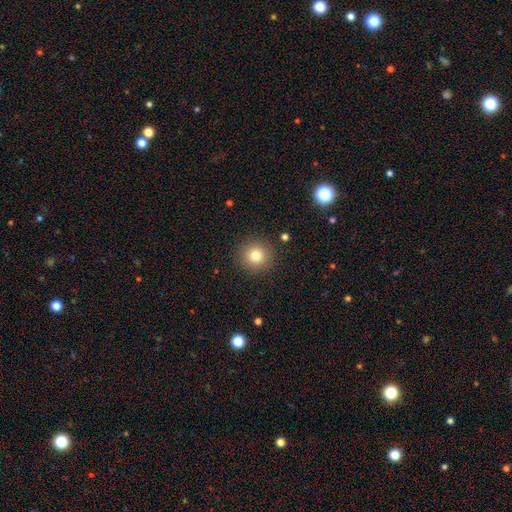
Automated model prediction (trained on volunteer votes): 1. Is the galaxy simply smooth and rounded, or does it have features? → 80% smooth, 12% star or artifact, 8% featured or disk.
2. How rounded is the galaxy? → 95% round, 5% in between, 1% cigar-shaped.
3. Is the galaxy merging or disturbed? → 90% none, 6% minor disturbance, 2% major disturbance, 1% merger.